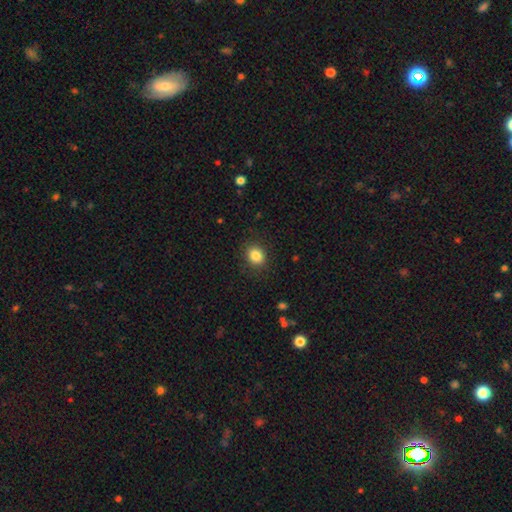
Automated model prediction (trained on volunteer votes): A smooth galaxy with no disk features (84%) that is round (72%). Merging: none (88%).